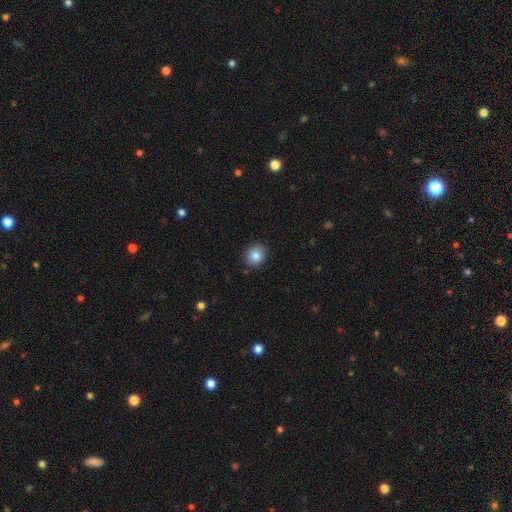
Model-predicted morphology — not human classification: This appears to be a smooth galaxy with no disk features (84%) that is round (81%). Merging: none (89%).